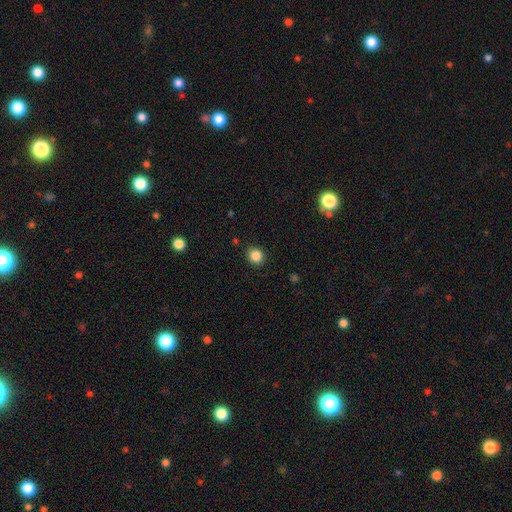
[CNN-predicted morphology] smooth_or_featured: smooth (p=0.85) [alt: star or artifact p=0.11]
how_rounded: round (p=0.84) [alt: in between p=0.16]
merging: none (p=0.90) [alt: minor disturbance p=0.07]